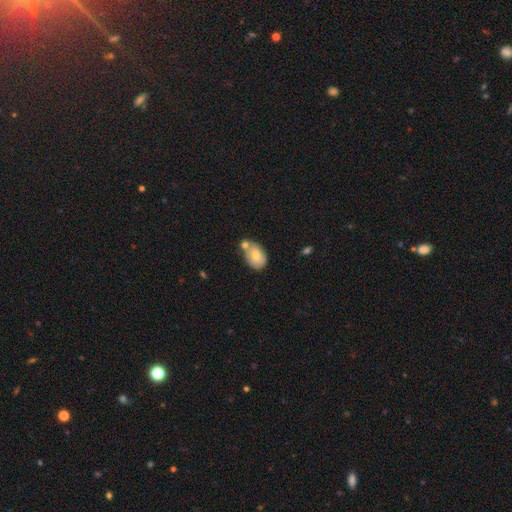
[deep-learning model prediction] Smooth or featured?
  - smooth: 68% *
  - featured or disk: 24%
  - star or artifact: 8%
How rounded?
  - in between: 82% *
  - round: 17%
  - cigar-shaped: 1%
Merging?
  - none: 43% *
  - merger: 33%
  - minor disturbance: 19%
  - major disturbance: 5%